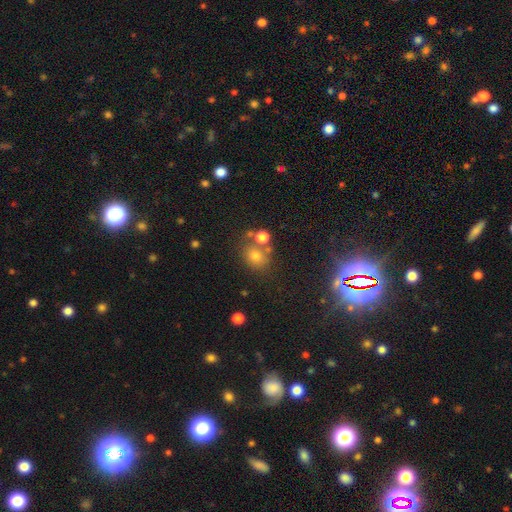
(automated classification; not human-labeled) Morphology: type=smooth (62%); roundness=round (64%); merging=none (65%).